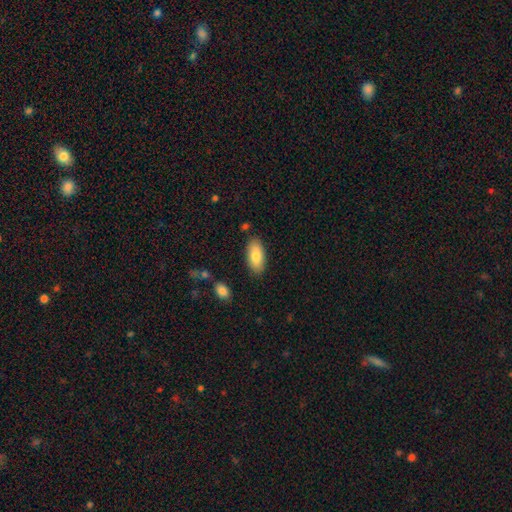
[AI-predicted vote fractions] The model was most divided on "smooth or featured": smooth: 83%, featured or disk: 11%, star or artifact: 6%. More confident: how rounded — in between (89%); merging — none (84%).